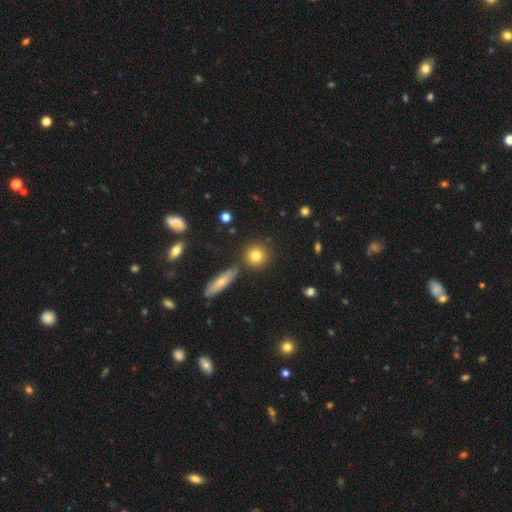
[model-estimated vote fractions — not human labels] Smooth or featured?
  - smooth: 80% *
  - star or artifact: 11%
  - featured or disk: 10%
How rounded?
  - round: 87% *
  - in between: 10%
  - cigar-shaped: 3%
Merging?
  - none: 82% *
  - minor disturbance: 8%
  - merger: 7%
  - major disturbance: 2%